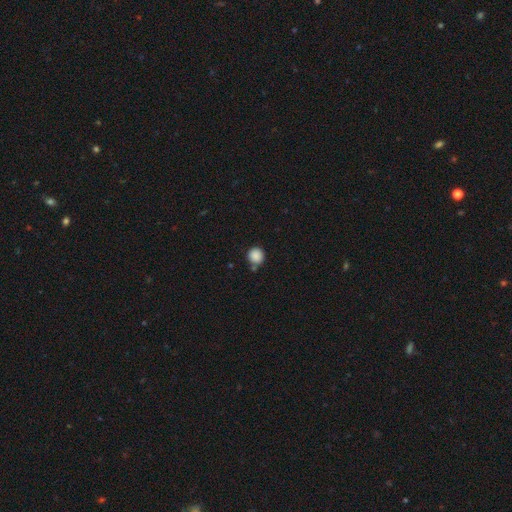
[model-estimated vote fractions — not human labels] Morphology: type=smooth (88%); roundness=round (92%); merging=none (77%).